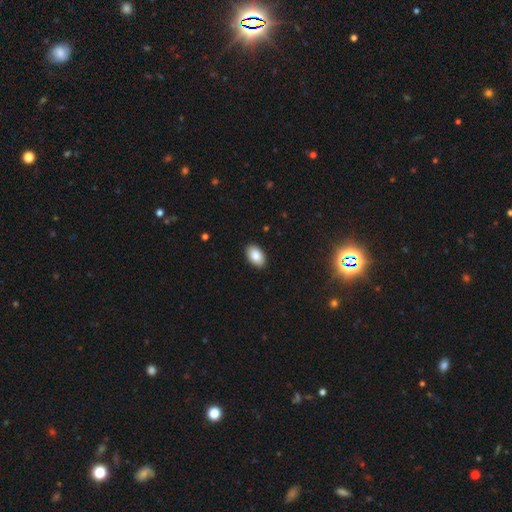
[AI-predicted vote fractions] Q: Smooth or featured?
A: smooth (87%); runner-up: star or artifact (7%)
Q: How rounded?
A: in between (93%); runner-up: round (6%)
Q: Merging?
A: none (90%); runner-up: minor disturbance (8%)